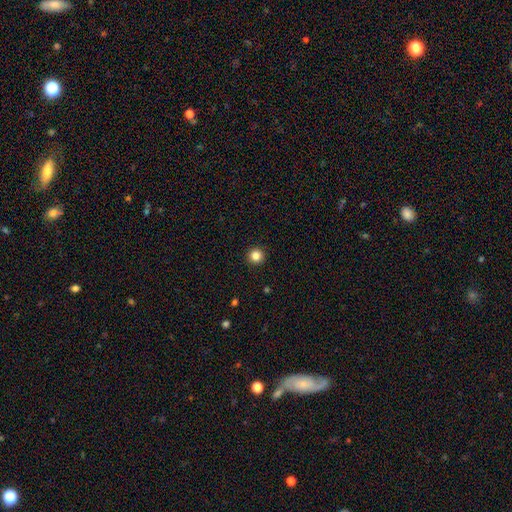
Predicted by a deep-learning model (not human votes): Morphology: type=smooth (84%); roundness=round (96%); merging=none (94%).